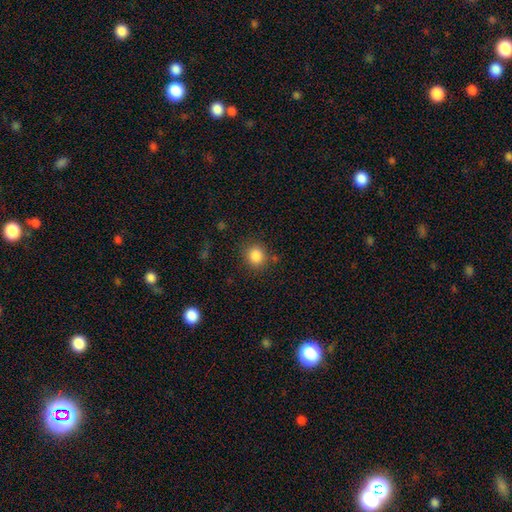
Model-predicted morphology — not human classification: Overall: smooth (85%). How rounded: round (80%). Merging: none (82%).